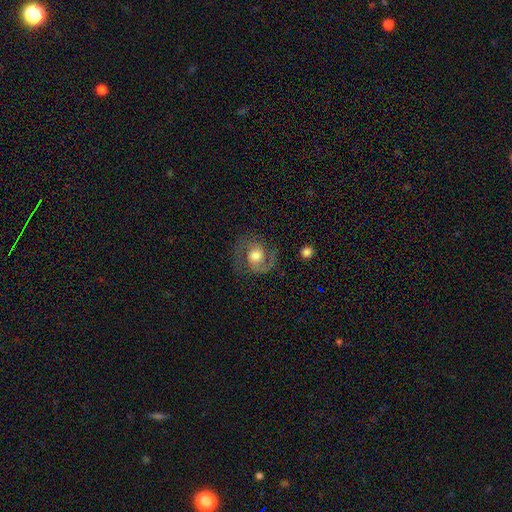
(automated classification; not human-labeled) Smooth or featured: featured or disk — 82% (smooth — 11%)
Edge-on disk: no — 98% (yes — 2%)
Bar: no — 64% (weak — 30%)
Spiral arms: yes — 96% (no — 4%)
Spiral winding: medium — 57% (tight — 24%)
Spiral arm count: 2 — 89% (1 — 5%)
Bulge size: moderate — 60% (large — 26%)
Merging: none — 73% (minor disturbance — 15%)